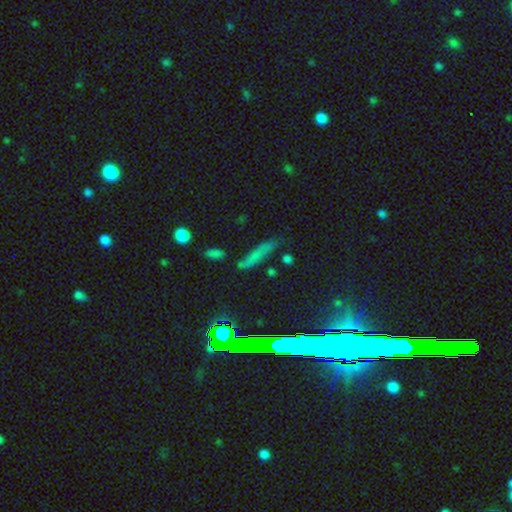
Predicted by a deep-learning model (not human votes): A smooth galaxy with no disk features (50%) that is cigar-shaped (80%).

Vote fractions:
- Smooth or featured? smooth: 50% / featured or disk: 25% / star or artifact: 25%
- How rounded? cigar-shaped: 80% / in between: 14% / round: 6%
- Merging? none: 69% / minor disturbance: 19% / major disturbance: 7% / merger: 5%